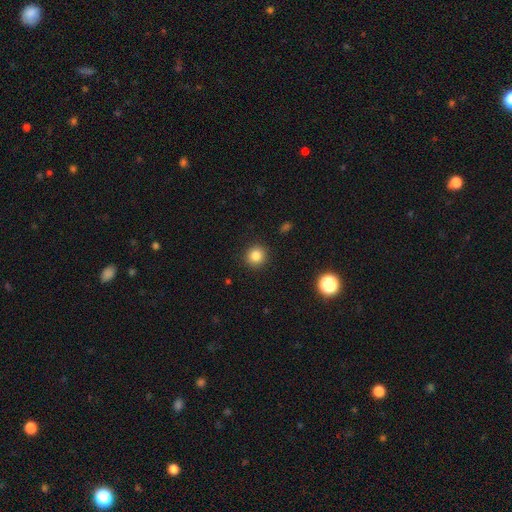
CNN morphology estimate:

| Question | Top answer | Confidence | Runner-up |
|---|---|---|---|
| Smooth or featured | smooth | 84% | star or artifact (12%) |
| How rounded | round | 93% | in between (6%) |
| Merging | none | 92% | minor disturbance (5%) |